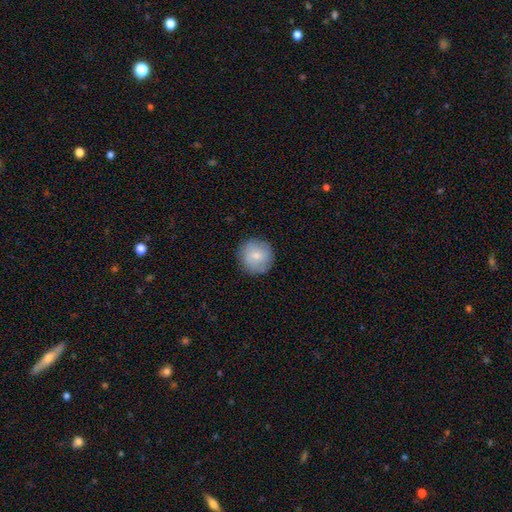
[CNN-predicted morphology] Smooth or featured? smooth (74%)
How rounded? round (94%)
Merging? none (88%)